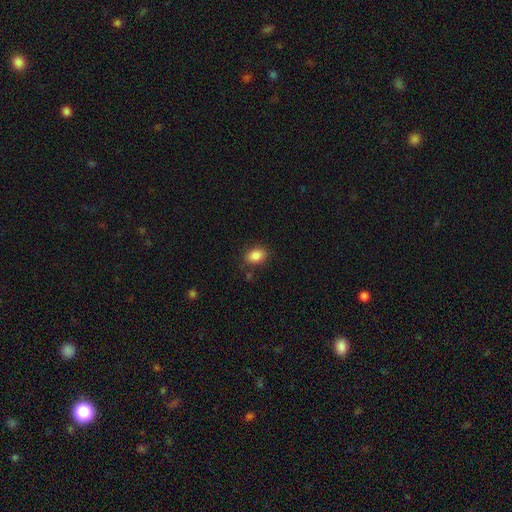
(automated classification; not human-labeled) Smooth or featured? smooth (87%)
How rounded? in between (81%)
Merging? none (83%)